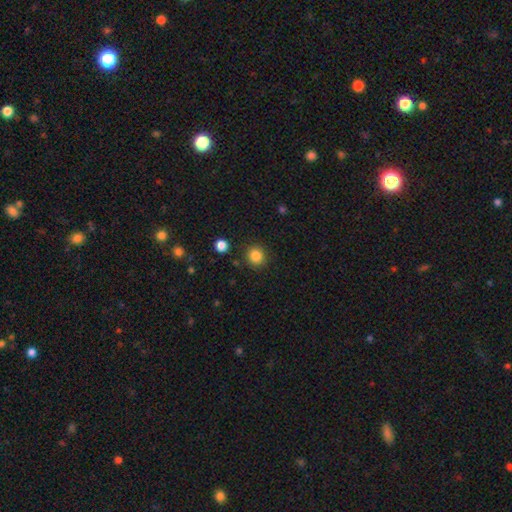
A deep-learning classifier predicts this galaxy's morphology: Overall: smooth (85%). How rounded: round (85%). Merging: none (87%).